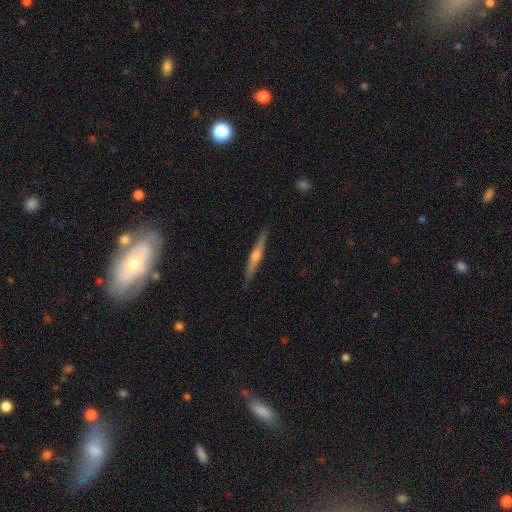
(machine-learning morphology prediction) A featured or disk galaxy (71%) viewed edge-on (97%) with a rounded central bulge (83%). Merging: none (90%).